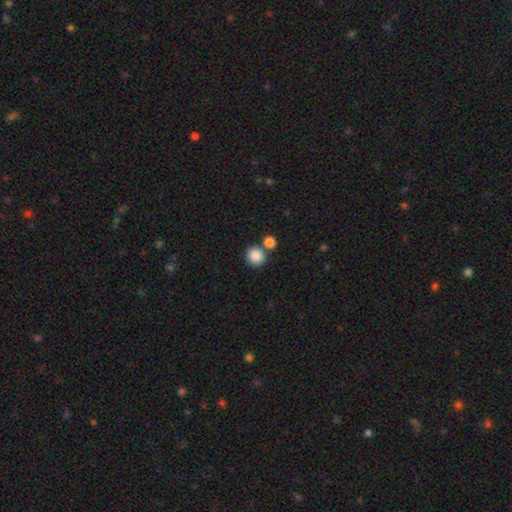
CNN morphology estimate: This appears to be a smooth galaxy with no disk features (87%) that is round (88%). Merging: none (68%).